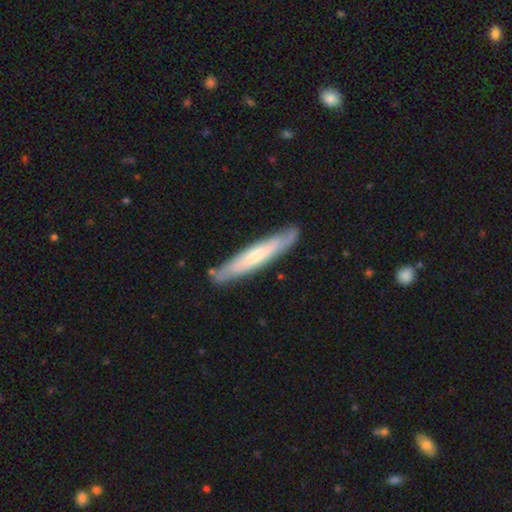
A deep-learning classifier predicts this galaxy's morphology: Smooth or featured: featured or disk — 49% (smooth — 46%)
Merging: none — 83% (minor disturbance — 13%)